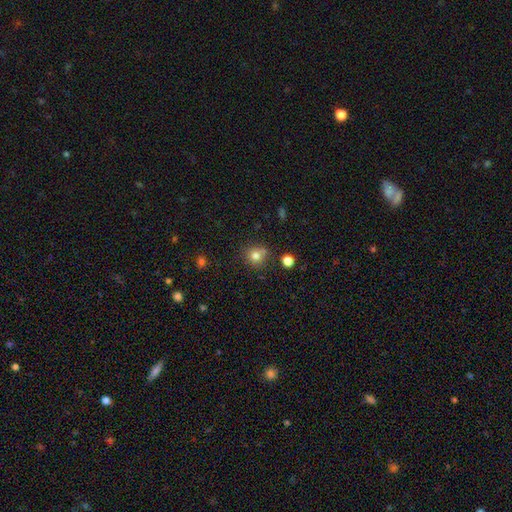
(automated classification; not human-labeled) Overall: smooth (79%). How rounded: round (88%). Merging: none (71%).